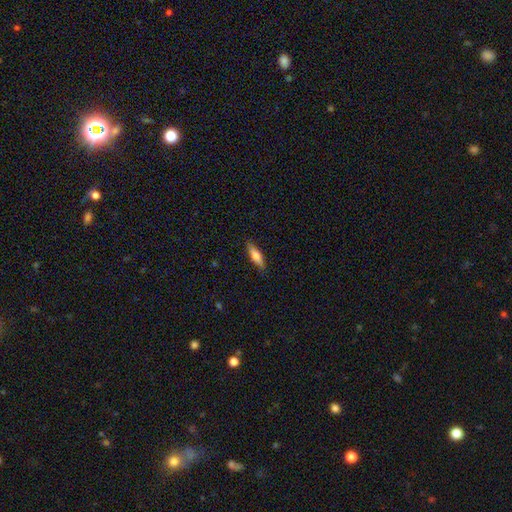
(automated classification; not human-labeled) Morphology: type=smooth (70%); roundness=cigar-shaped (53%); merging=none (84%).